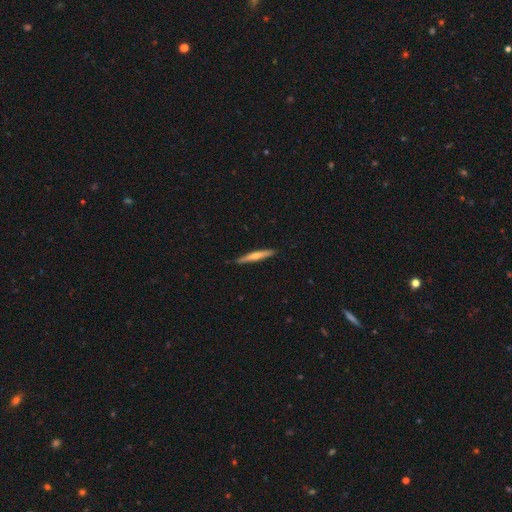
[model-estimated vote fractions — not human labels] Smooth or featured?
  - featured or disk: 48% *
  - smooth: 46%
  - star or artifact: 5%
Merging?
  - none: 89% *
  - minor disturbance: 8%
  - major disturbance: 1%
  - merger: 1%